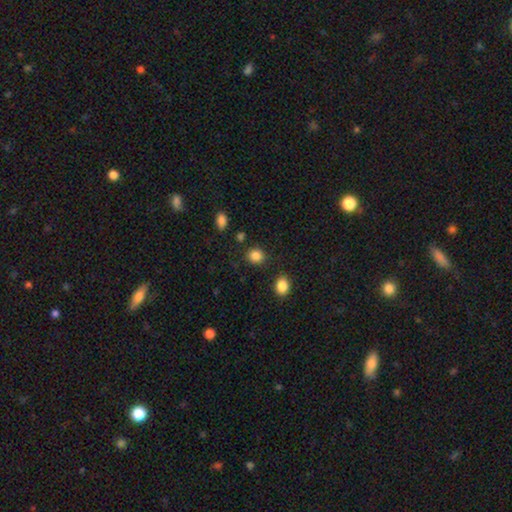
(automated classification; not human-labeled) smooth-or-featured: smooth: 86% | star or artifact: 10% | featured or disk: 4%
  how-rounded: round: 75% | in between: 24% | cigar-shaped: 1%
  merging: none: 84% | minor disturbance: 9% | merger: 4% | major disturbance: 3%